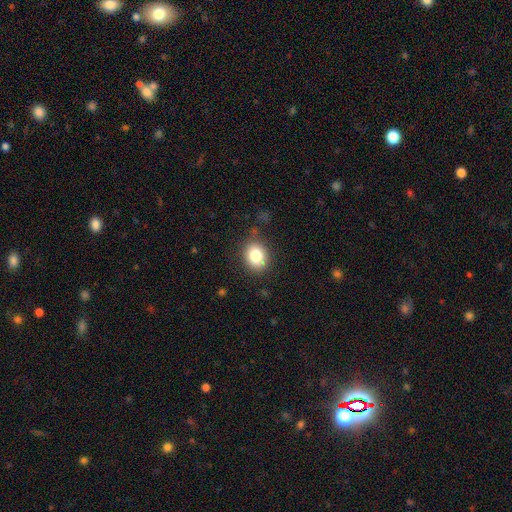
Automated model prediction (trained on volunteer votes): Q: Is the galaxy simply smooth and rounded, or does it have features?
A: smooth — 82%.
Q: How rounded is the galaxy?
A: round — 52%.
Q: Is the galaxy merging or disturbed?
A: none — 82%.